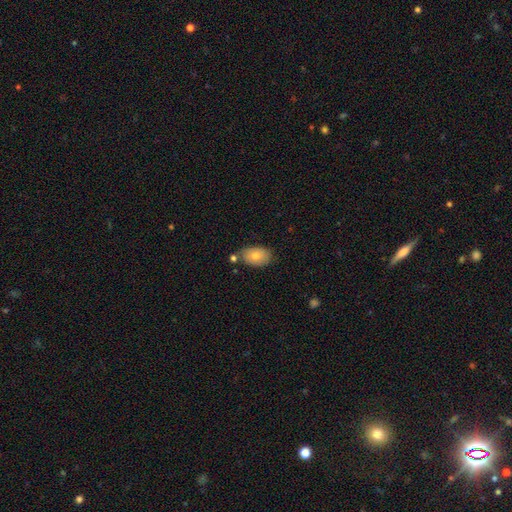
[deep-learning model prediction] The model was most divided on "merging": none: 70%, minor disturbance: 19%, merger: 8%, major disturbance: 4%. More confident: how rounded — in between (90%); smooth or featured — smooth (80%).